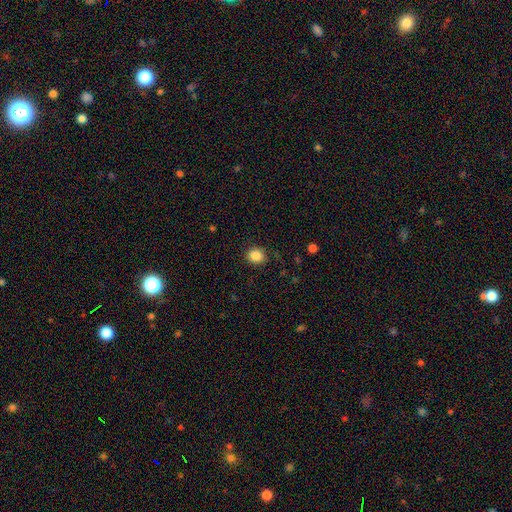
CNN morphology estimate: type=smooth (86%); roundness=round (78%); merging=none (87%).